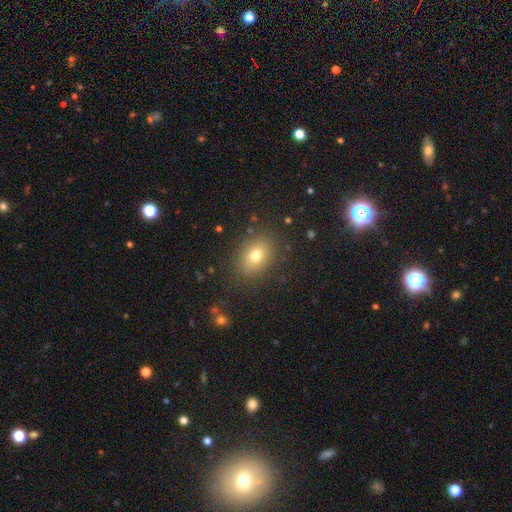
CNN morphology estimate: This is likely a smooth galaxy (76%). How rounded: likely in between (67%). Merging: clearly none (85%).